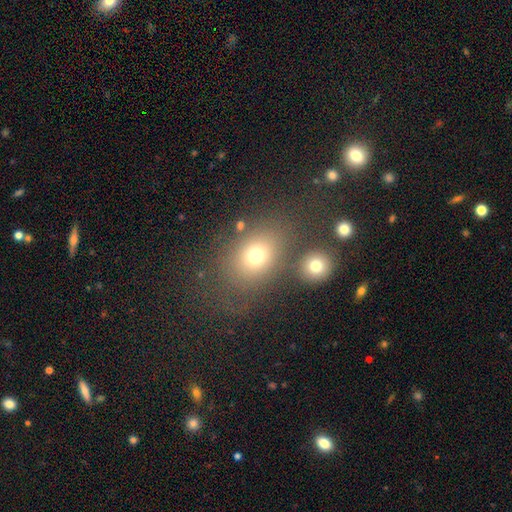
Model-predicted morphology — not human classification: A smooth galaxy with no disk features (71%) that is in between round and cigar-shaped (60%).

Vote fractions:
- Smooth or featured? smooth: 71% / star or artifact: 15% / featured or disk: 14%
- How rounded? in between: 60% / round: 38% / cigar-shaped: 2%
- Merging? none: 65% / minor disturbance: 13% / merger: 13% / major disturbance: 9%